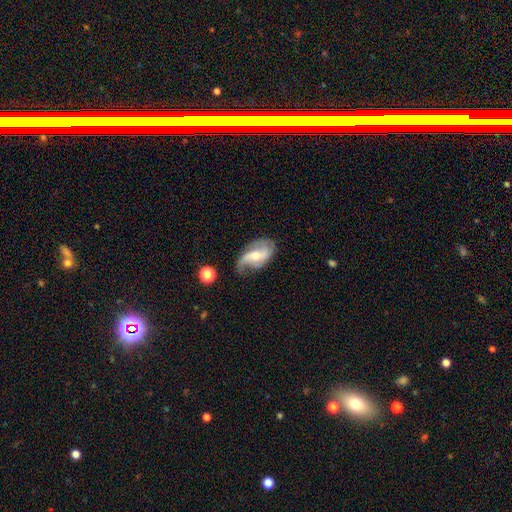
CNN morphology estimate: The model was most divided on "bar": weak: 42%, no: 38%, strong: 19%. More confident: edge-on disk — no (95%); spiral arms — yes (91%); spiral arm count — 2 (76%); smooth or featured — featured or disk (75%); spiral winding — loose (62%); bulge size — moderate (59%); merging — none (56%).